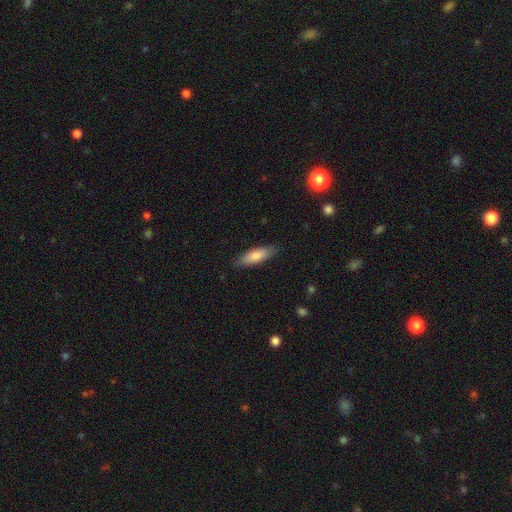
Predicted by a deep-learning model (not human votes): Morphology: type=smooth (76%); roundness=cigar-shaped (60%); merging=none (87%).